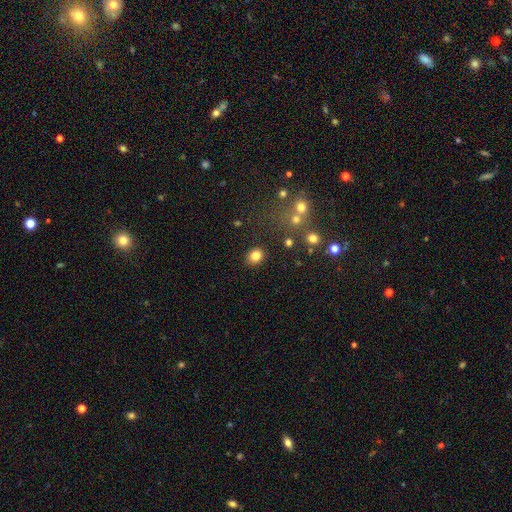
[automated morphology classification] The model was most divided on "how rounded": round: 64%, in between: 35%, cigar-shaped: 1%. More confident: merging — none (87%); smooth or featured — smooth (82%).